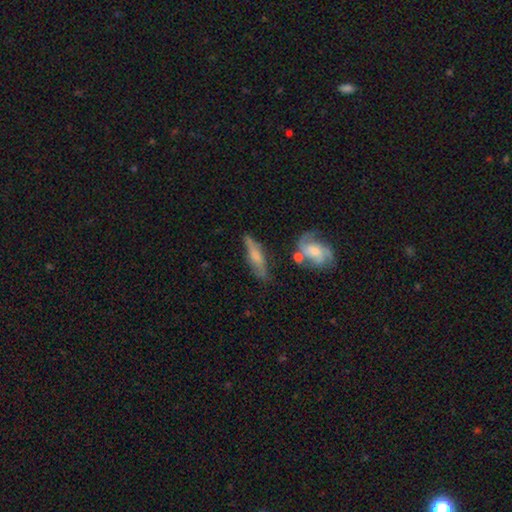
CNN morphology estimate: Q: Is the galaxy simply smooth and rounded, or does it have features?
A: featured or disk — 51%.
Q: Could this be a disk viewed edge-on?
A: yes — 69%.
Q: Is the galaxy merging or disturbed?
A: none — 62%.